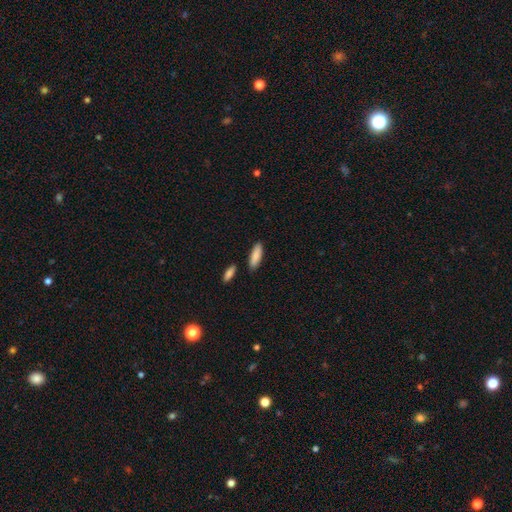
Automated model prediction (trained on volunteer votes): The model was most divided on "how rounded": in between: 54%, cigar-shaped: 44%, round: 2%. More confident: smooth or featured — smooth (87%); merging — none (83%).